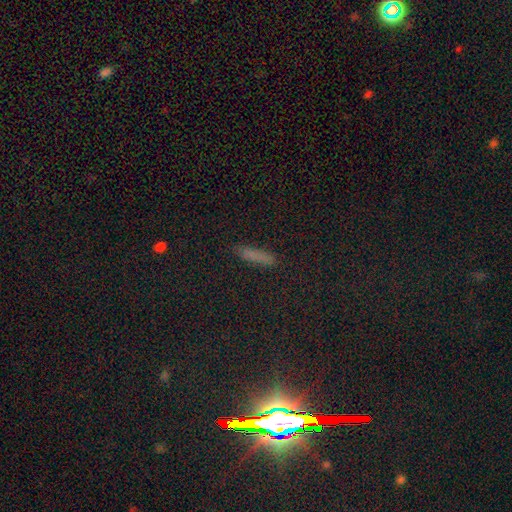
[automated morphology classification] Smooth or featured? Predicted: smooth (p=0.73). How rounded? Predicted: cigar-shaped (p=0.86). Merging? Predicted: none (p=0.85).